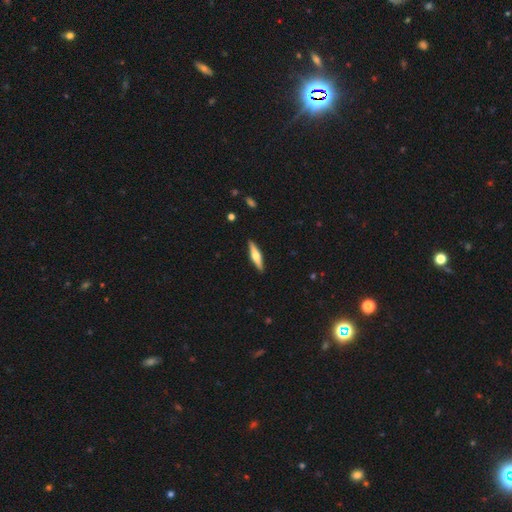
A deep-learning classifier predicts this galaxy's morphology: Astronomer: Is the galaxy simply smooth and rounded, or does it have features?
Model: featured or disk — 56% (runner-up: smooth, 39%).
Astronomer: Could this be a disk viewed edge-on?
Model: yes — 96%.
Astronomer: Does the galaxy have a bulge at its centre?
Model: rounded — 91%.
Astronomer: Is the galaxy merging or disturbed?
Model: none — 91%.